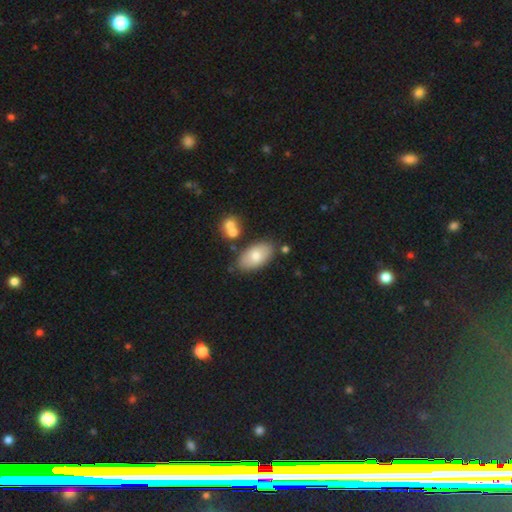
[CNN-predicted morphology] Q: Smooth or featured?
A: smooth (75%); runner-up: featured or disk (19%)
Q: How rounded?
A: in between (94%); runner-up: round (4%)
Q: Merging?
A: none (78%); runner-up: minor disturbance (12%)